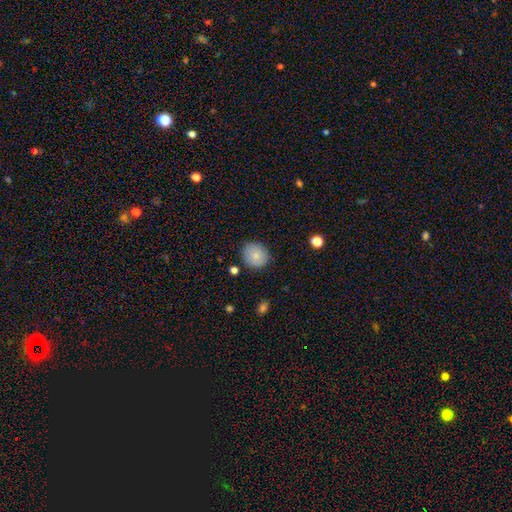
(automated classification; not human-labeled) This is likely a smooth galaxy (80%). How rounded: likely round (79%). Merging: clearly none (83%).